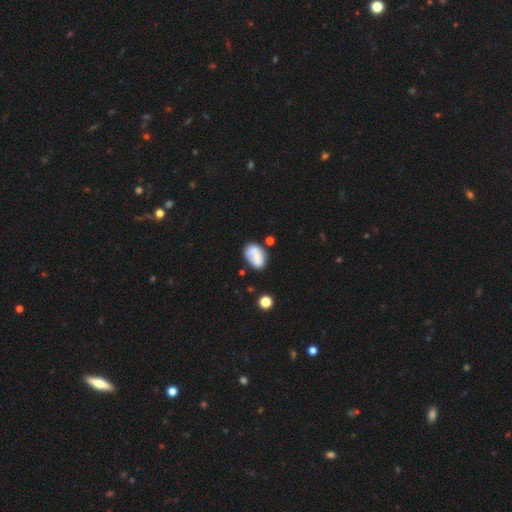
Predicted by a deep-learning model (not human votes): Q: Smooth or featured?
A: smooth (68%); runner-up: featured or disk (24%)
Q: How rounded?
A: in between (84%); runner-up: round (14%)
Q: Merging?
A: none (52%); runner-up: minor disturbance (22%)